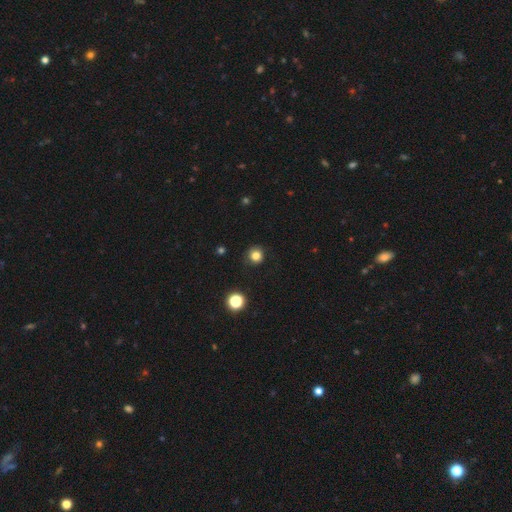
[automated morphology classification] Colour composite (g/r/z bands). It shows a smooth galaxy with no disk features (81%) that is round (93%). Merging: none (88%).